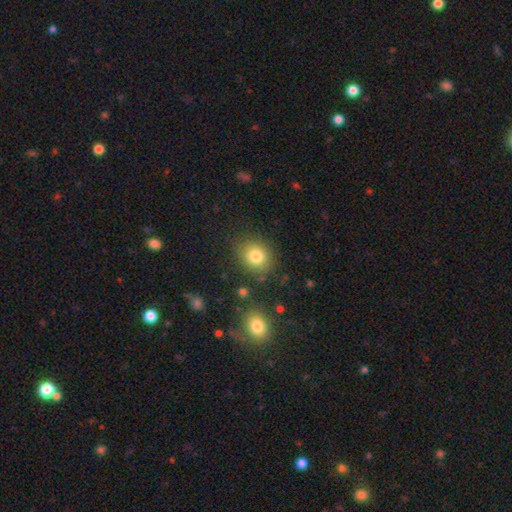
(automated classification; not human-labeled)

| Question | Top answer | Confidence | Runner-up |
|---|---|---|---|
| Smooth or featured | smooth | 81% | star or artifact (11%) |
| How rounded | round | 68% | in between (31%) |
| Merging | none | 82% | minor disturbance (11%) |